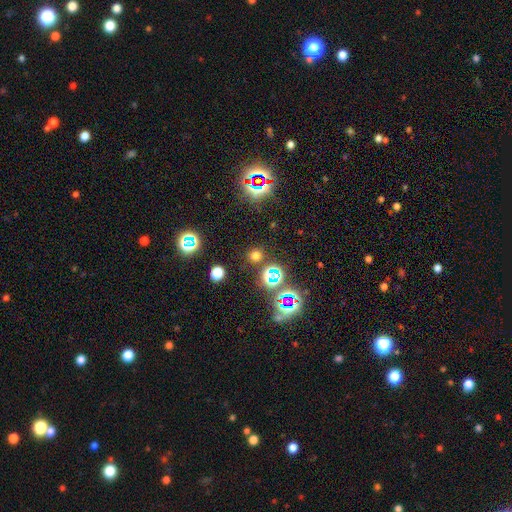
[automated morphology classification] This appears to be a smooth galaxy with no disk features (57%) that is round (90%). Merging: none (84%).